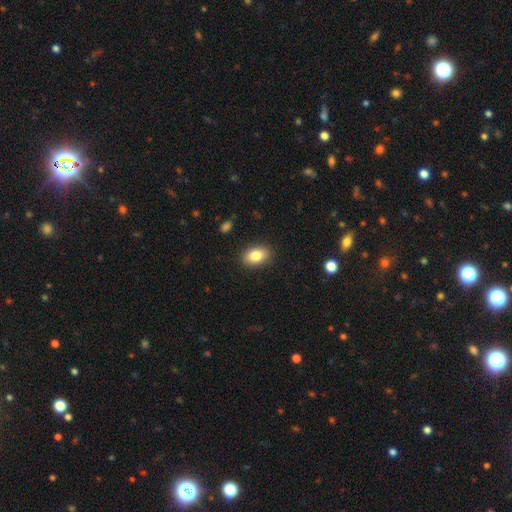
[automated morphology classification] Q: Smooth or featured?
A: smooth (84%); runner-up: featured or disk (8%)
Q: How rounded?
A: in between (85%); runner-up: round (14%)
Q: Merging?
A: none (88%); runner-up: minor disturbance (9%)